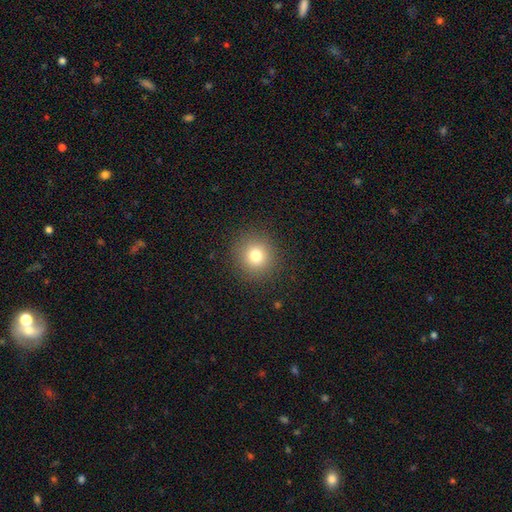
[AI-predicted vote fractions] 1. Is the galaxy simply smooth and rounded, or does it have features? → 78% smooth, 14% star or artifact, 8% featured or disk.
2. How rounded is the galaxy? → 93% round, 7% in between, 1% cigar-shaped.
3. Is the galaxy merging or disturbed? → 90% none, 6% minor disturbance, 3% major disturbance, 1% merger.